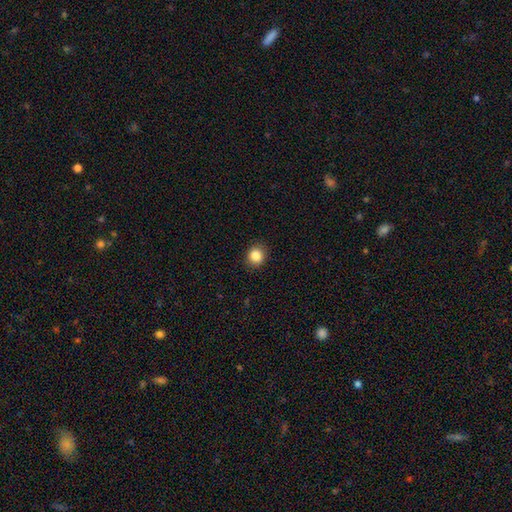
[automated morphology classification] Smooth or featured: smooth — 86% (star or artifact — 10%)
How rounded: round — 77% (in between — 22%)
Merging: none — 90% (minor disturbance — 7%)